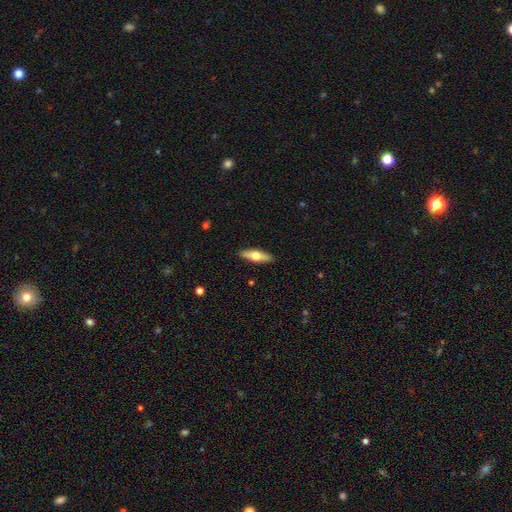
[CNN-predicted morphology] type=smooth (49%); merging=none (90%).